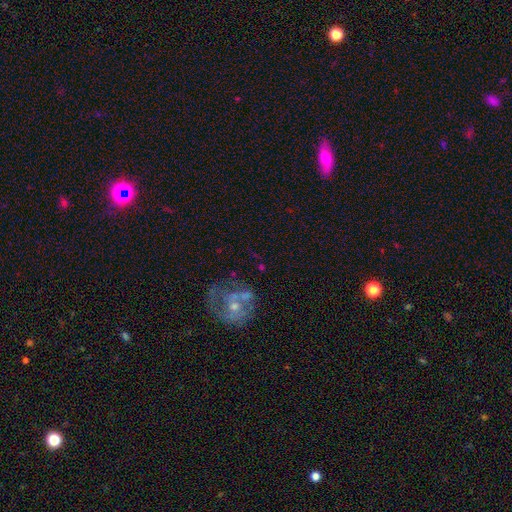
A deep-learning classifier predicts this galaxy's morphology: Smooth or featured? Predicted: featured or disk (p=0.43). Merging? Predicted: none (p=0.46).